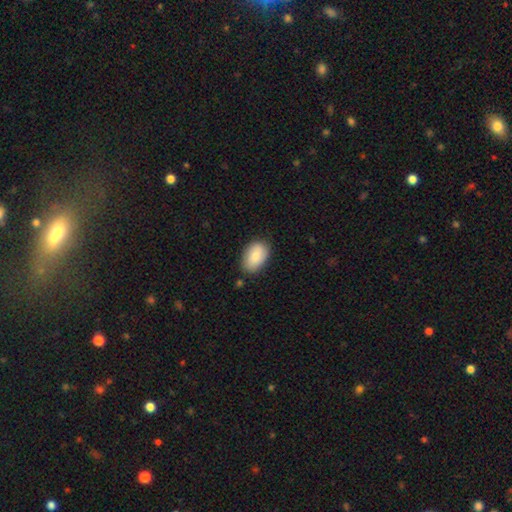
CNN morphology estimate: A smooth galaxy with no disk features (86%) that is in between round and cigar-shaped (90%). Merging: none (80%).